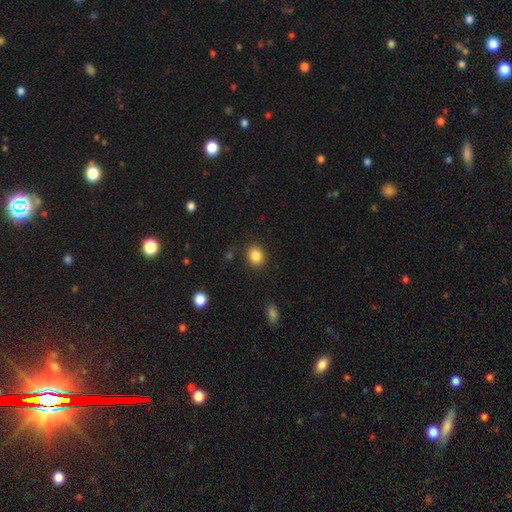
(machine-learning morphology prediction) The model was most divided on "how rounded": round: 65%, in between: 34%, cigar-shaped: 1%. More confident: merging — none (87%); smooth or featured — smooth (86%).